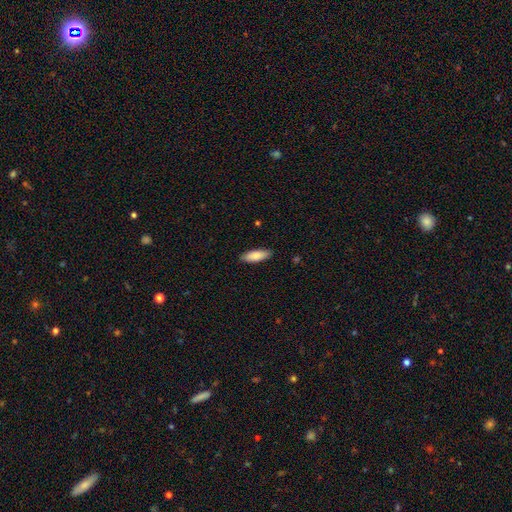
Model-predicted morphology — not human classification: The model was most divided on "how rounded": in between: 65%, cigar-shaped: 33%, round: 2%. More confident: merging — none (88%); smooth or featured — smooth (87%).